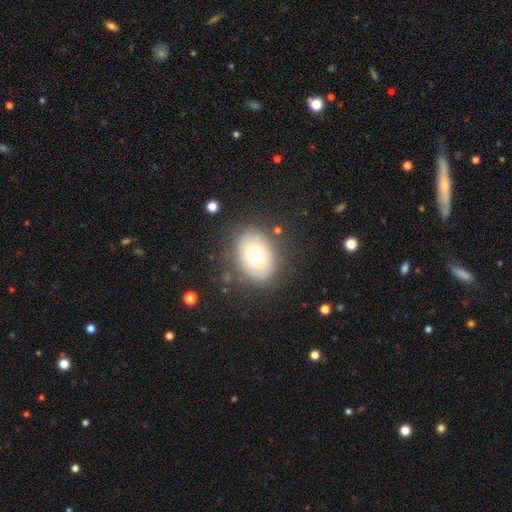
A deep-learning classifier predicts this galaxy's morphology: smooth_or_featured: smooth (p=0.68) [alt: featured or disk p=0.22]
how_rounded: in between (p=0.67) [alt: round p=0.32]
merging: none (p=0.80) [alt: minor disturbance p=0.13]